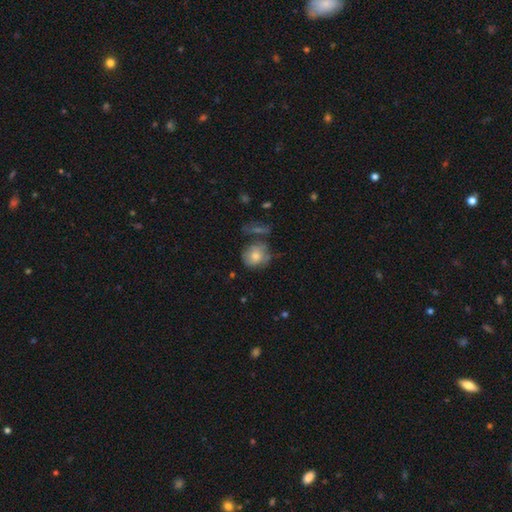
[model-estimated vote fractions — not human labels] This appears to be a smooth galaxy with no disk features (71%) that is round (76%). Merging: none (51%).